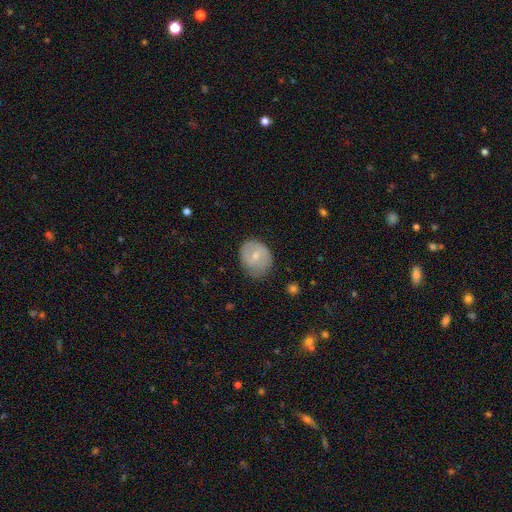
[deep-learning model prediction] Overall: smooth (54%; featured or disk 39%). How rounded: round (61%; in between 38%). Merging: none (64%; minor disturbance 27%).